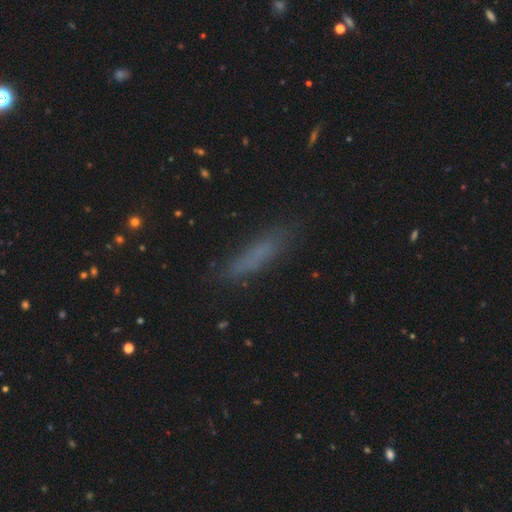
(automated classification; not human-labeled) This appears to be a smooth galaxy with no disk features (67%) that is cigar-shaped (82%). Merging: none (80%).